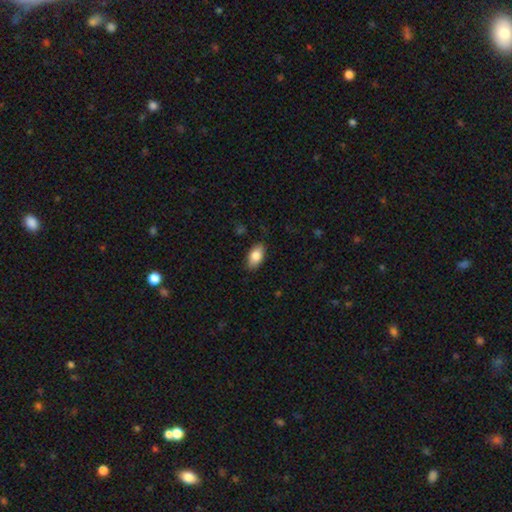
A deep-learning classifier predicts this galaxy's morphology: This is clearly a smooth galaxy (84%). How rounded: clearly in between (92%). Merging: clearly none (86%).